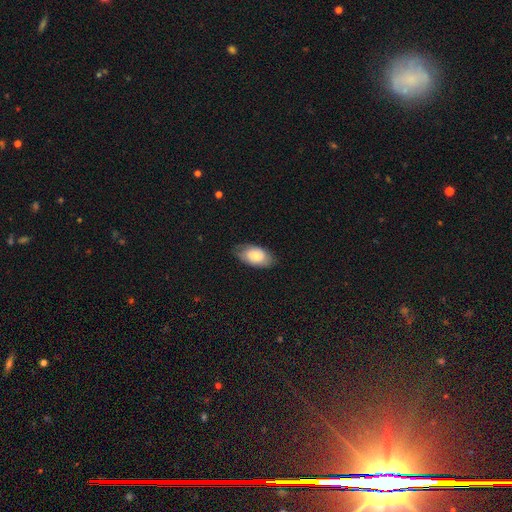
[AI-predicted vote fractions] smooth_or_featured: smooth (p=0.69) [alt: featured or disk p=0.24]
how_rounded: in between (p=0.92) [alt: round p=0.06]
merging: none (p=0.74) [alt: minor disturbance p=0.20]